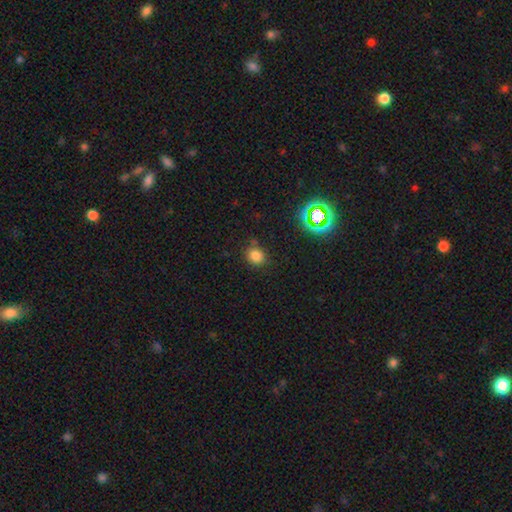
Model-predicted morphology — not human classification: Smooth or featured? smooth (77%)
How rounded? round (72%)
Merging? none (79%)